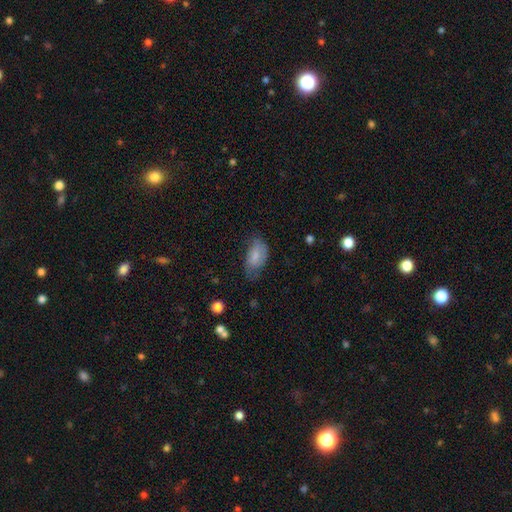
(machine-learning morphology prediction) Smooth or featured: smooth — 68% (featured or disk — 25%)
How rounded: in between — 92% (round — 5%)
Merging: none — 54% (minor disturbance — 33%)